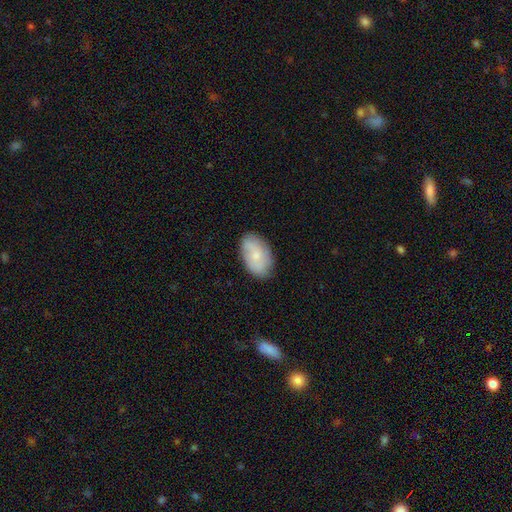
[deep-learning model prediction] smooth-or-featured: smooth: 65% | featured or disk: 28% | star or artifact: 7%
  how-rounded: in between: 92% | round: 6% | cigar-shaped: 2%
  merging: none: 81% | minor disturbance: 15% | major disturbance: 3% | merger: 1%